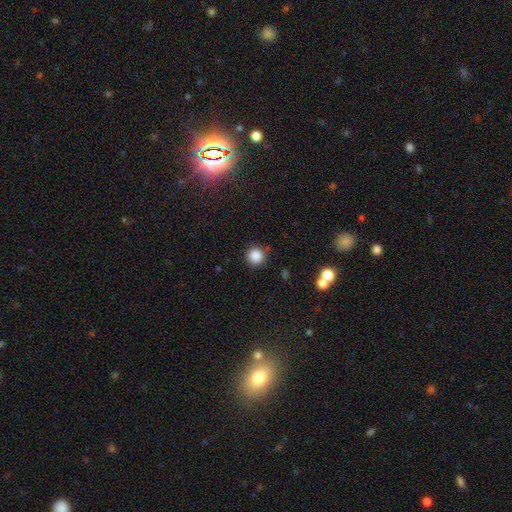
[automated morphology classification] This is clearly a smooth galaxy (86%). How rounded: clearly round (94%). Merging: clearly none (87%).